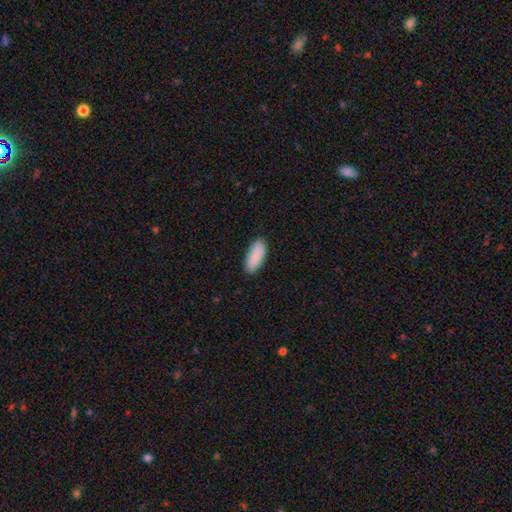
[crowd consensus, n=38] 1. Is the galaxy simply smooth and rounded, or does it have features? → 89% smooth, 8% star or artifact, 3% featured or disk.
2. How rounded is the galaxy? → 76% in between, 21% cigar-shaped, 3% round.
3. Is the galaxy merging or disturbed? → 71% none, 20% minor disturbance, 6% major disturbance, 3% merger.